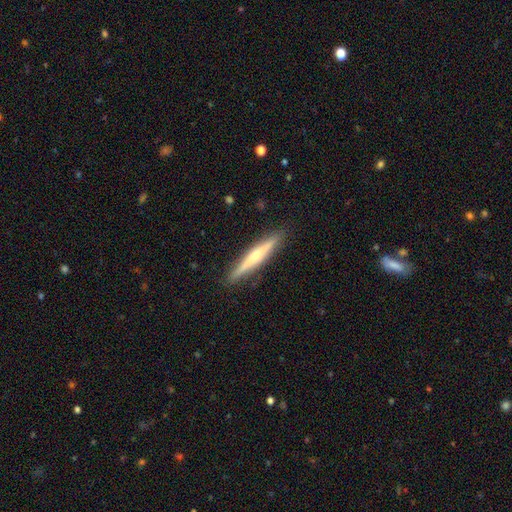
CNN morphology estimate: Smooth or featured? Predicted: featured or disk (p=0.61). Edge-on disk? Predicted: yes (p=0.97). Edge-on bulge? Predicted: rounded (p=0.80). Merging? Predicted: none (p=0.90).